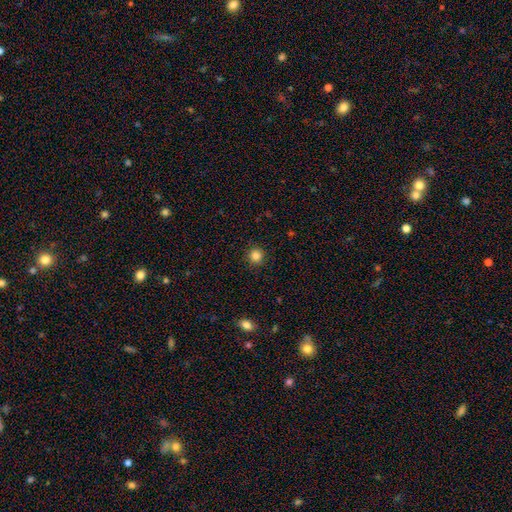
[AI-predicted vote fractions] smooth-or-featured: smooth: 84% | star or artifact: 12% | featured or disk: 4%
  how-rounded: round: 94% | in between: 5% | cigar-shaped: 1%
  merging: none: 90% | minor disturbance: 7% | major disturbance: 2% | merger: 1%